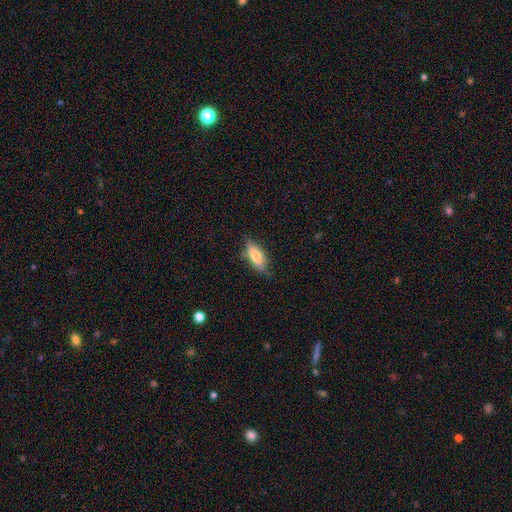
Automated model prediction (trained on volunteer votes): Smooth or featured? Predicted: smooth (p=0.69). How rounded? Predicted: in between (p=0.74). Merging? Predicted: none (p=0.71).